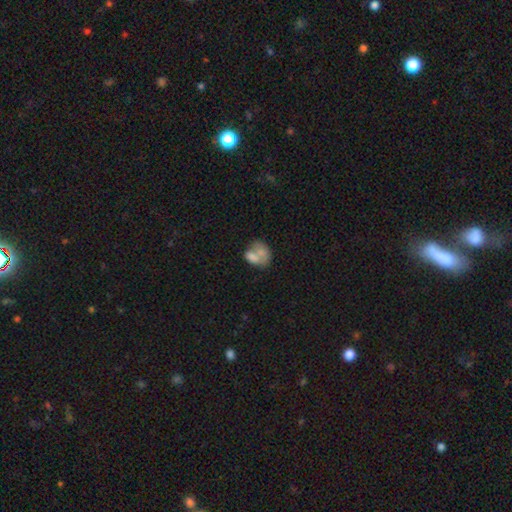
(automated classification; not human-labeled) A smooth galaxy with no disk features (64%) that is in between round and cigar-shaped (63%). Merging: merger (48%).